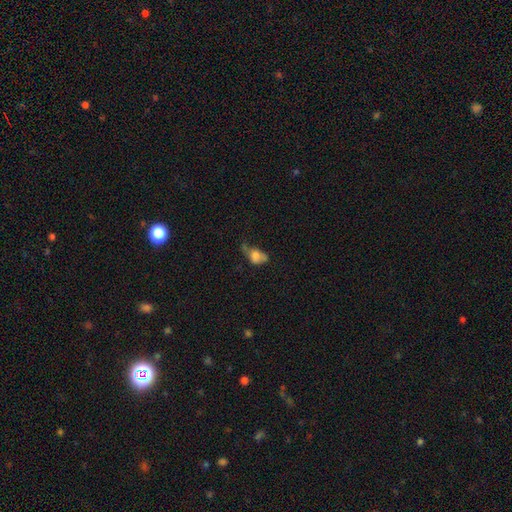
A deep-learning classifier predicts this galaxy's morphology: Smooth or featured? Predicted: smooth (p=0.65). How rounded? Predicted: in between (p=0.76). Merging? Predicted: major disturbance (p=0.34).